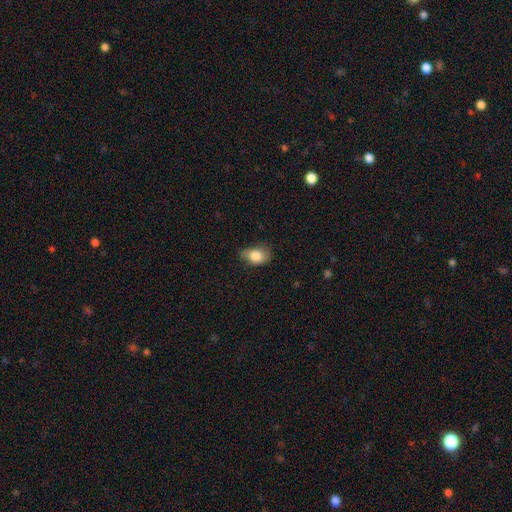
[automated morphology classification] type=smooth (81%); roundness=in between (76%); merging=none (44%).